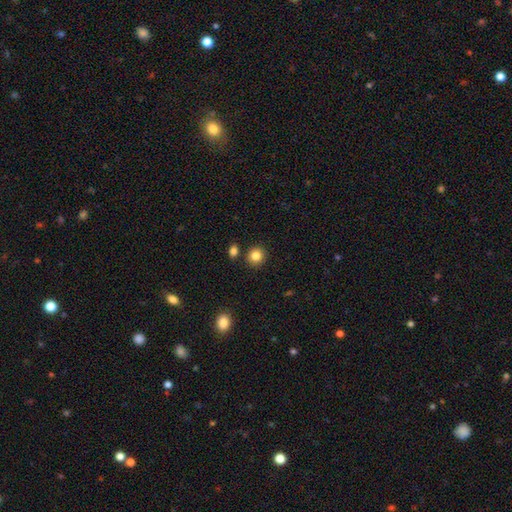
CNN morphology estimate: Q: Smooth or featured?
A: smooth (85%); runner-up: star or artifact (10%)
Q: How rounded?
A: round (87%); runner-up: in between (12%)
Q: Merging?
A: none (86%); runner-up: minor disturbance (7%)